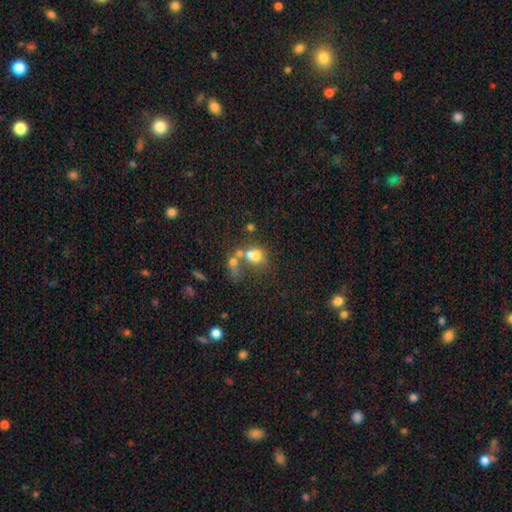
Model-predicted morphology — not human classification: Smooth or featured? Predicted: smooth (p=0.57). How rounded? Predicted: round (p=0.65). Merging? Predicted: merger (p=0.56).